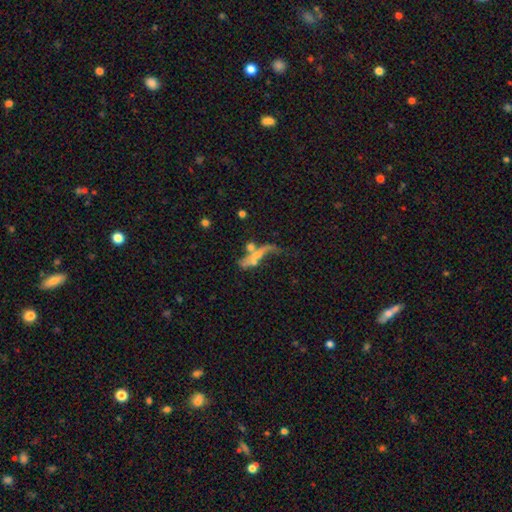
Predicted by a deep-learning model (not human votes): This appears to be a featured or disk galaxy (54%). Merging: merger (38%).